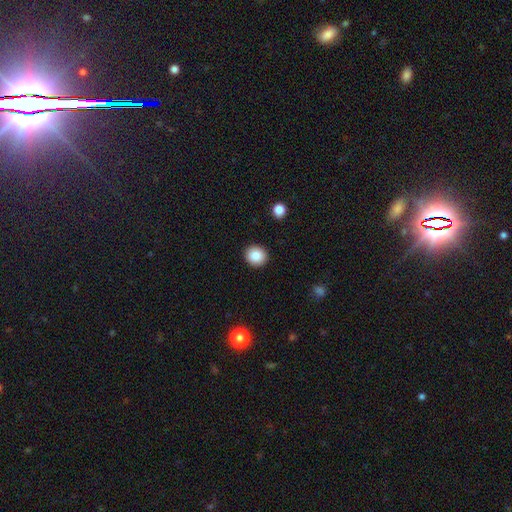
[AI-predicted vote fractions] Smooth or featured? smooth (87%)
How rounded? round (86%)
Merging? none (91%)